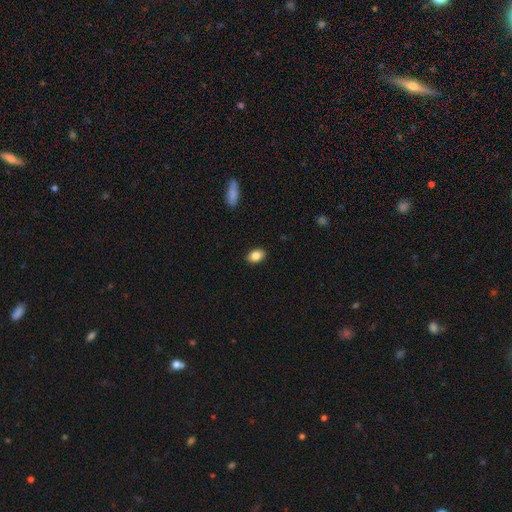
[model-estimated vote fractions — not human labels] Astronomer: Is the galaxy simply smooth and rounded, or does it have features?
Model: smooth — 85%.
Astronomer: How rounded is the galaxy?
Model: in between — 85%.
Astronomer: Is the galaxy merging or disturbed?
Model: none — 89%.